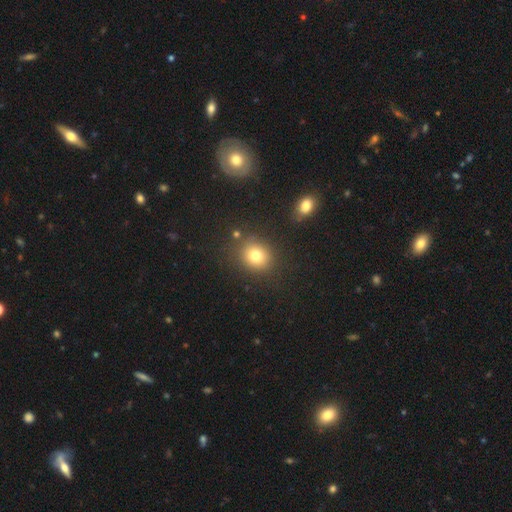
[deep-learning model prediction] This is likely a smooth galaxy (79%). How rounded: likely round (74%). Merging: clearly none (83%).